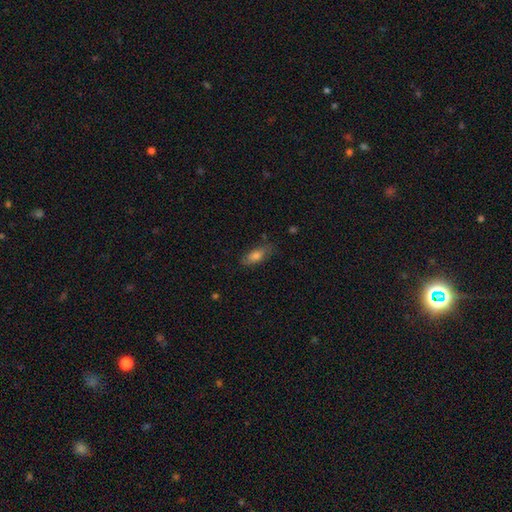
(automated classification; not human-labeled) This appears to be a smooth galaxy with no disk features (73%) that is in between round and cigar-shaped (73%). Merging: none (74%).